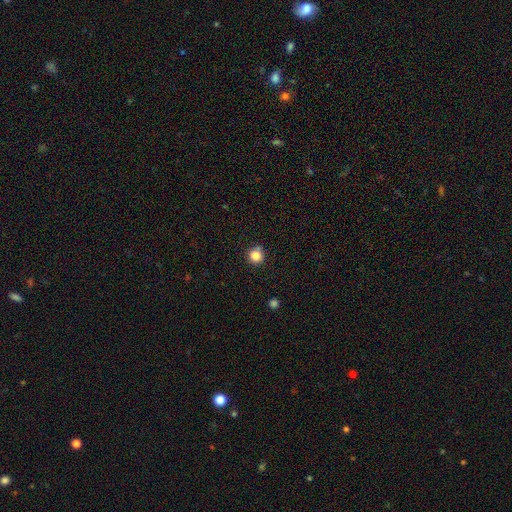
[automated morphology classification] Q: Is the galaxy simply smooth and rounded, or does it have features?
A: smooth — 83%.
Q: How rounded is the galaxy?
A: round — 92%.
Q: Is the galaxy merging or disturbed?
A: none — 83%.